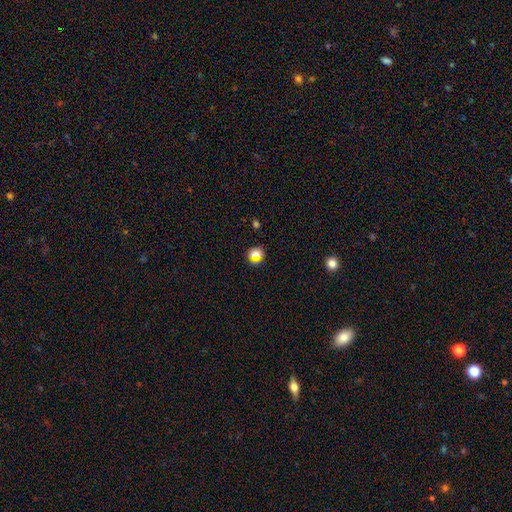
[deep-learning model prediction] Q: Smooth or featured?
A: smooth (69%); runner-up: star or artifact (20%)
Q: How rounded?
A: round (77%); runner-up: in between (21%)
Q: Merging?
A: none (79%); runner-up: minor disturbance (12%)